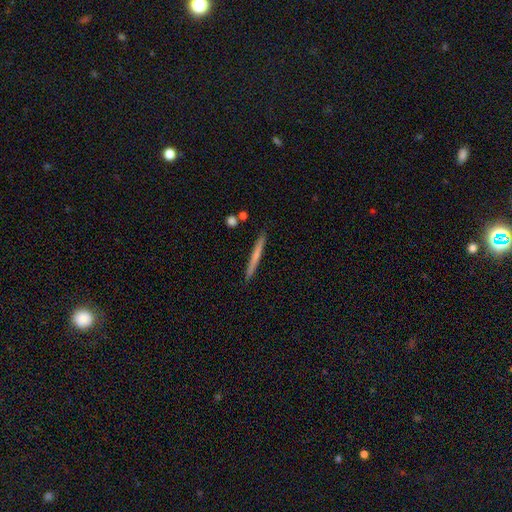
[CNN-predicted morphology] A smooth galaxy with no disk features (58%) that is cigar-shaped (97%).

Vote fractions:
- Smooth or featured? smooth: 58% / featured or disk: 36% / star or artifact: 6%
- How rounded? cigar-shaped: 97% / in between: 2% / round: 1%
- Merging? none: 90% / minor disturbance: 7% / merger: 2% / major disturbance: 1%